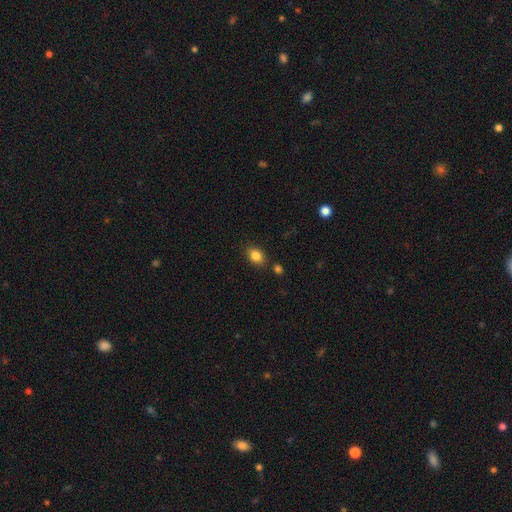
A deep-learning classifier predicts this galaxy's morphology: Smooth or featured?
  - smooth: 84% *
  - star or artifact: 10%
  - featured or disk: 6%
How rounded?
  - in between: 72% *
  - round: 27%
  - cigar-shaped: 1%
Merging?
  - none: 80% *
  - minor disturbance: 12%
  - merger: 5%
  - major disturbance: 3%